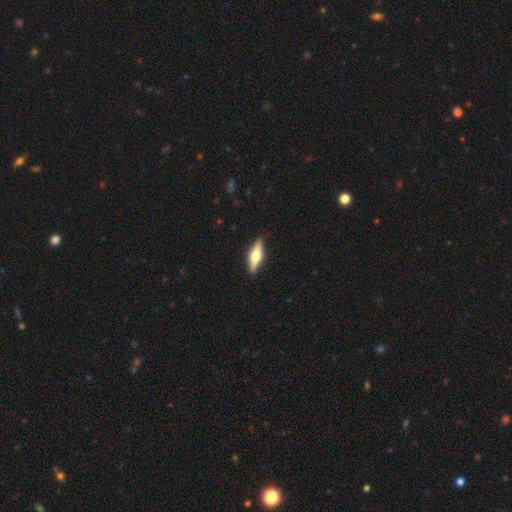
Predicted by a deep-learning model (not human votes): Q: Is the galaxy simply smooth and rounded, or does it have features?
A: featured or disk — 62%.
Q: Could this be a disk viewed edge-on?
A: yes — 96%.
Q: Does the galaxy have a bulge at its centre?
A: rounded — 94%.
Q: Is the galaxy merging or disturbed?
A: none — 90%.